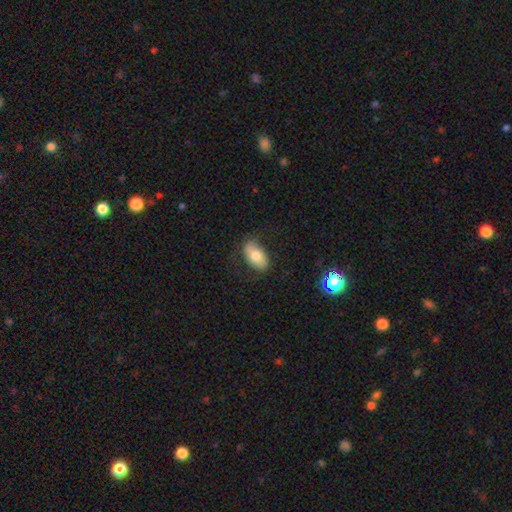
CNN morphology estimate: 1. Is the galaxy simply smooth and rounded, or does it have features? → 68% smooth, 24% featured or disk, 7% star or artifact.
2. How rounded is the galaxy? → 92% in between, 6% round, 2% cigar-shaped.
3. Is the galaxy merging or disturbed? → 75% none, 17% minor disturbance, 6% major disturbance, 1% merger.